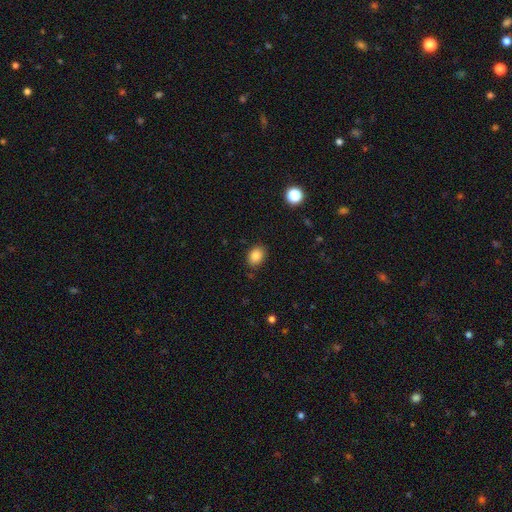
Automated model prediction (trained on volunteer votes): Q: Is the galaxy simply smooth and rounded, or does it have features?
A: smooth — 85%.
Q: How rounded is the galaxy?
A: in between — 69%.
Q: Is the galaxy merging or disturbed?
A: none — 86%.